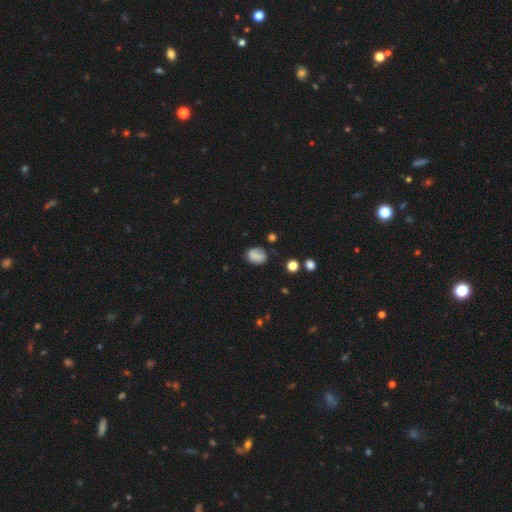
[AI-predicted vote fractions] smooth_or_featured: smooth (p=0.78) [alt: featured or disk p=0.12]
how_rounded: in between (p=0.59) [alt: round p=0.40]
merging: none (p=0.69) [alt: minor disturbance p=0.22]